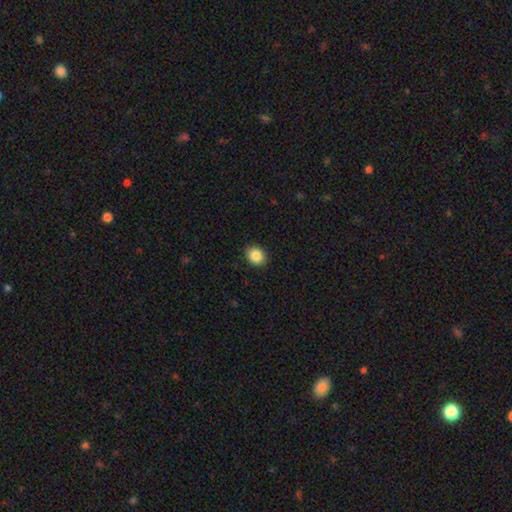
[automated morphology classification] smooth-or-featured: smooth: 86% | star or artifact: 9% | featured or disk: 5%
  how-rounded: round: 64% | in between: 35% | cigar-shaped: 1%
  merging: none: 91% | minor disturbance: 7% | major disturbance: 2% | merger: 1%